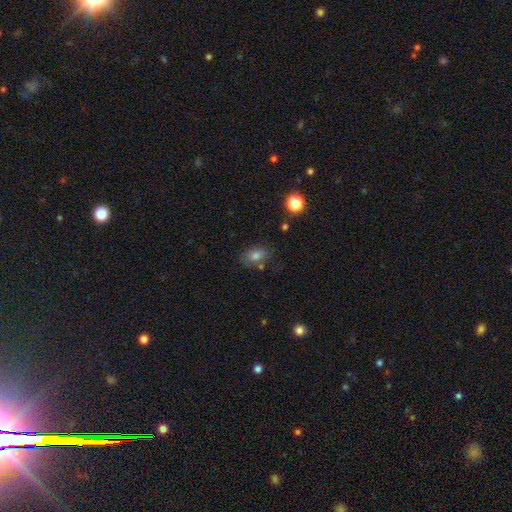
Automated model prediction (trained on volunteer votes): A smooth galaxy with no disk features (77%) that is in between round and cigar-shaped (81%).

Vote fractions:
- Smooth or featured? smooth: 77% / star or artifact: 12% / featured or disk: 11%
- How rounded? in between: 81% / round: 17% / cigar-shaped: 2%
- Merging? none: 71% / minor disturbance: 17% / merger: 8% / major disturbance: 5%